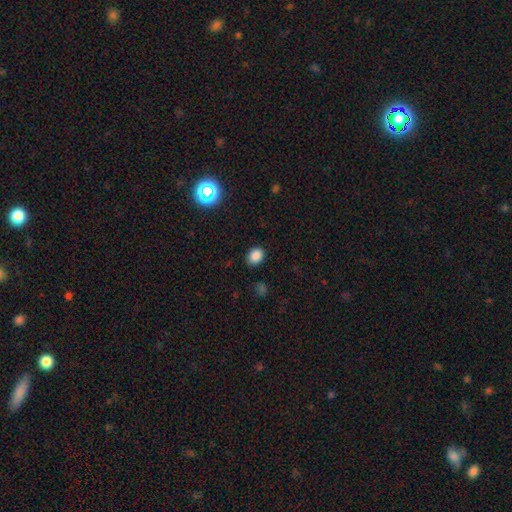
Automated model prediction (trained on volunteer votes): Morphology: type=smooth (85%); roundness=in between (59%); merging=none (86%).